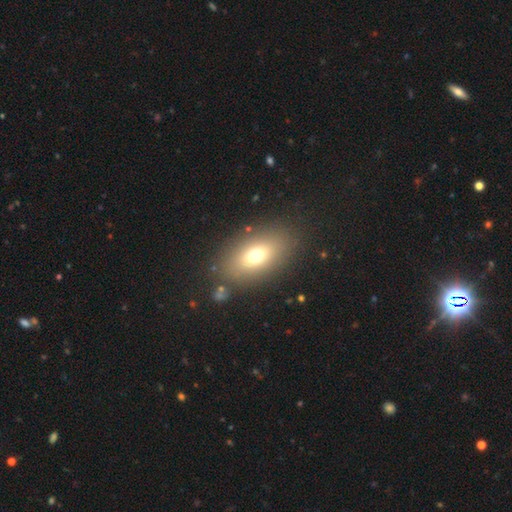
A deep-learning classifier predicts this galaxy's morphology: Smooth or featured?
  - smooth: 69% *
  - featured or disk: 18%
  - star or artifact: 13%
How rounded?
  - in between: 82% *
  - round: 14%
  - cigar-shaped: 4%
Merging?
  - none: 83% *
  - minor disturbance: 9%
  - major disturbance: 5%
  - merger: 3%